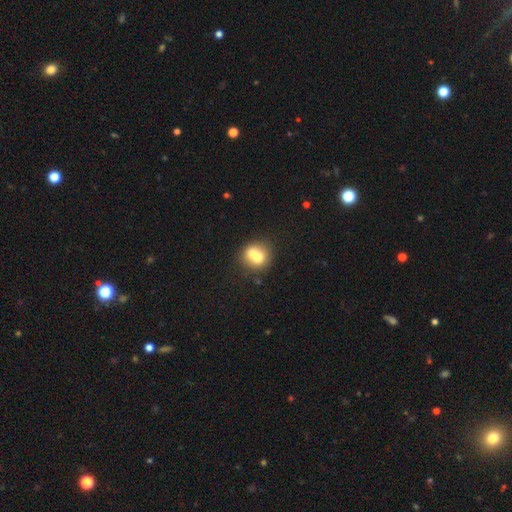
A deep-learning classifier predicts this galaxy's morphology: Smooth or featured?
  - smooth: 65% *
  - featured or disk: 24%
  - star or artifact: 10%
How rounded?
  - round: 79% *
  - in between: 20%
  - cigar-shaped: 1%
Merging?
  - merger: 60% *
  - none: 31%
  - minor disturbance: 6%
  - major disturbance: 3%